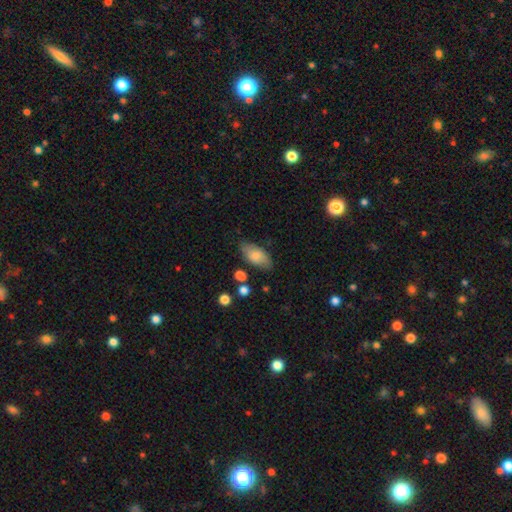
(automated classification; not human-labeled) Smooth or featured? smooth (77%)
How rounded? in between (91%)
Merging? none (76%)